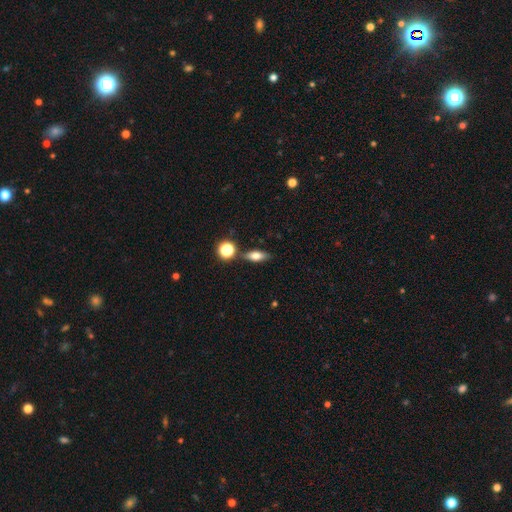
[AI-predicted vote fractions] Smooth or featured? Predicted: smooth (p=0.71). How rounded? Predicted: in between (p=0.69). Merging? Predicted: none (p=0.77).